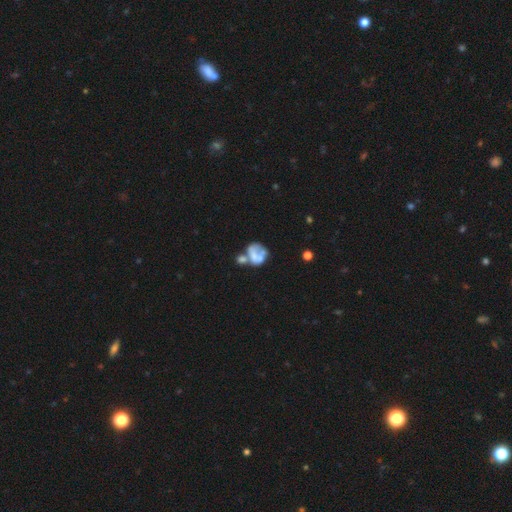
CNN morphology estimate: type=smooth (47%); merging=merger (37%).